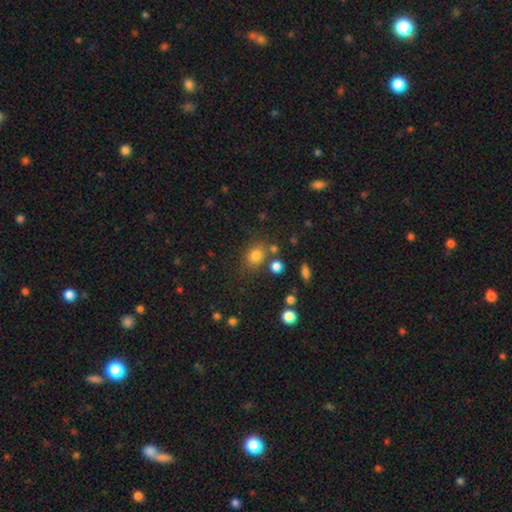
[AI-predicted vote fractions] This appears to be a smooth galaxy with no disk features (78%) that is round (58%). Merging: none (71%).